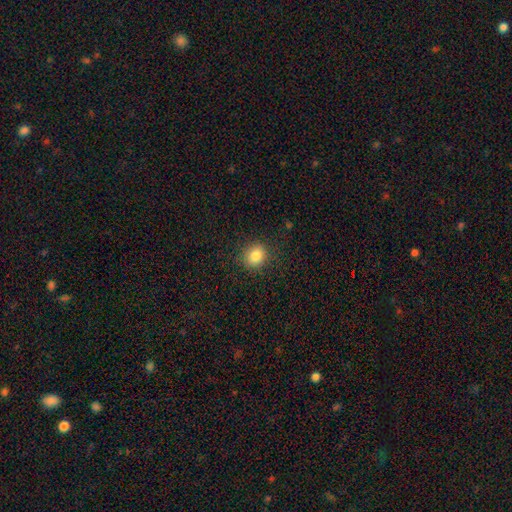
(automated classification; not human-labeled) The model was most divided on "how rounded": round: 68%, in between: 31%, cigar-shaped: 1%. More confident: merging — none (86%); smooth or featured — smooth (84%).